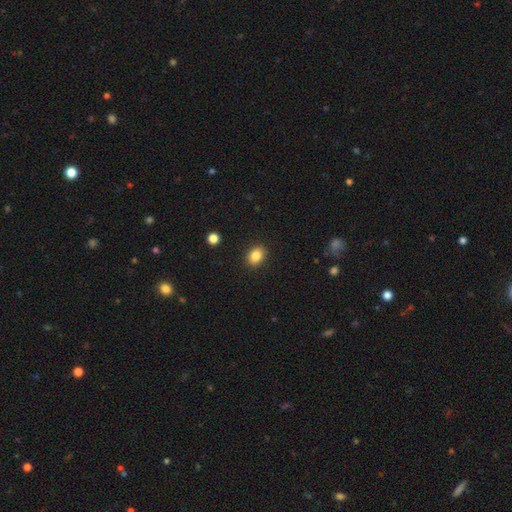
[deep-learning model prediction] Overall: smooth (85%). How rounded: in between (55%; round 44%). Merging: none (90%).